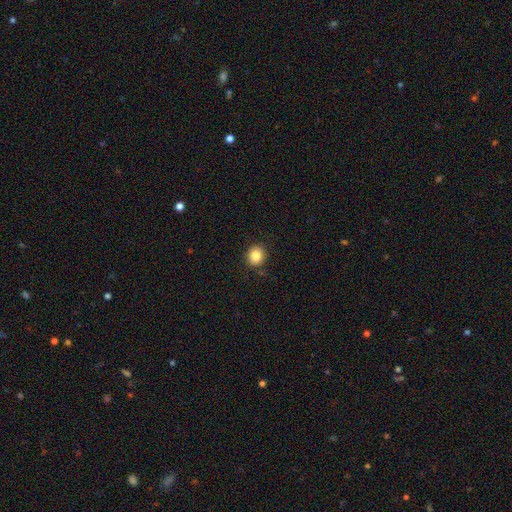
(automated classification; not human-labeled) smooth-or-featured: smooth: 85% | star or artifact: 10% | featured or disk: 5%
  how-rounded: round: 76% | in between: 24% | cigar-shaped: 1%
  merging: none: 89% | minor disturbance: 8% | major disturbance: 2% | merger: 1%